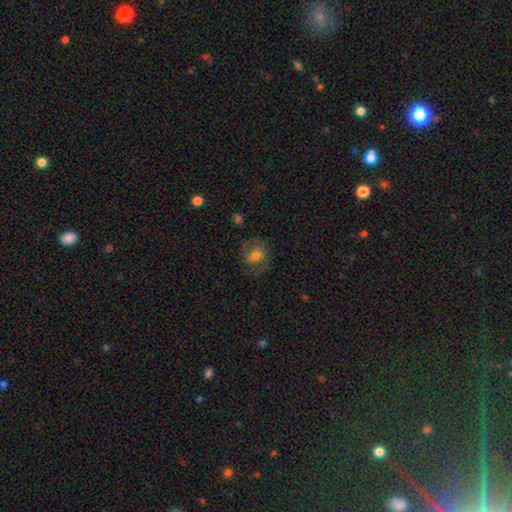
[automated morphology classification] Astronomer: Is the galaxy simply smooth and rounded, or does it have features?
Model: smooth — 48% (runner-up: featured or disk, 41%).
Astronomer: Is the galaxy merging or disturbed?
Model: none — 63%.